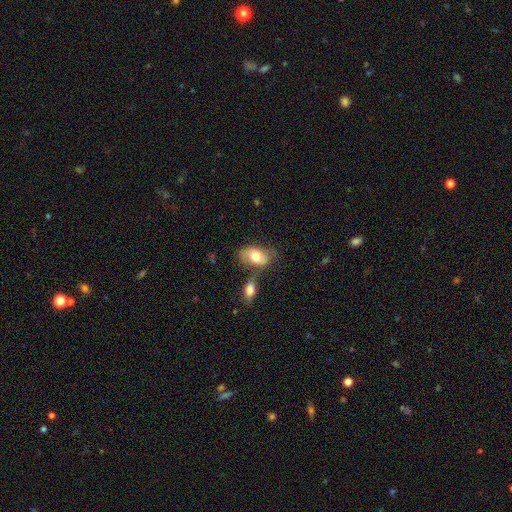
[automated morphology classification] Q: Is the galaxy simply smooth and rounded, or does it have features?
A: smooth — 65%.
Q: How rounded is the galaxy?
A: in between — 90%.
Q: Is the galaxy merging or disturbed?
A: none — 48%.